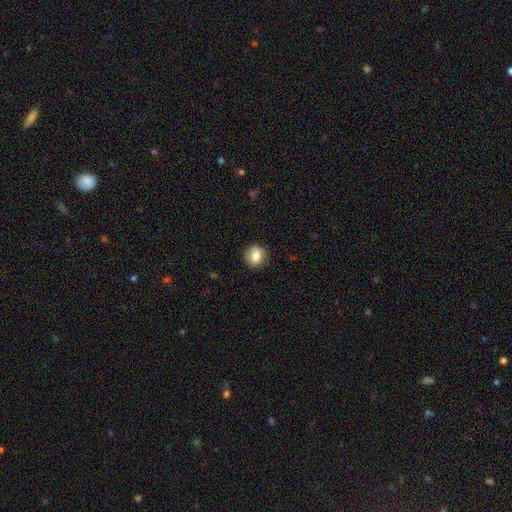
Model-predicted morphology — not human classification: This appears to be a smooth galaxy with no disk features (82%) that is round (79%). Merging: none (85%).